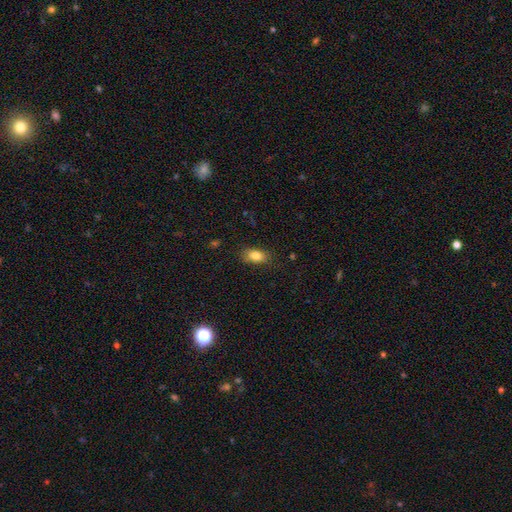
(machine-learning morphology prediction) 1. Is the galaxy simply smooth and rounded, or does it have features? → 83% smooth, 9% star or artifact, 8% featured or disk.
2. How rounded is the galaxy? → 86% in between, 11% round, 3% cigar-shaped.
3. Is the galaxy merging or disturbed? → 82% none, 13% minor disturbance, 3% major disturbance, 1% merger.